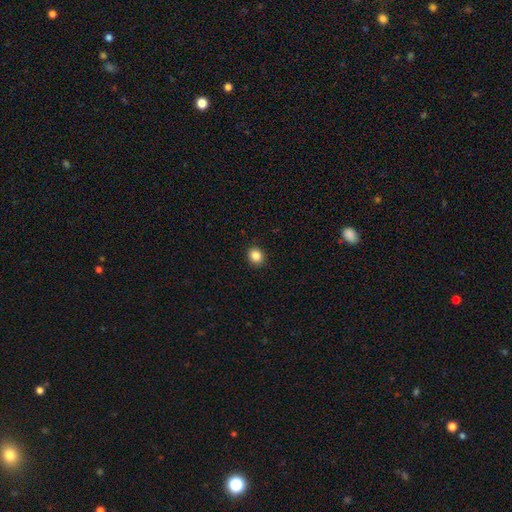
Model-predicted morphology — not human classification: Smooth or featured? Predicted: smooth (p=0.86). How rounded? Predicted: round (p=0.74). Merging? Predicted: none (p=0.91).